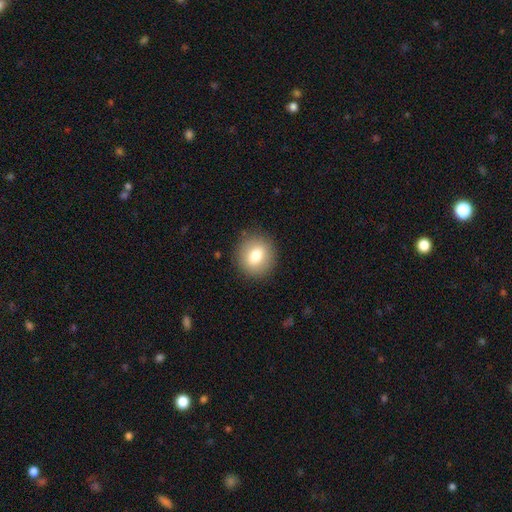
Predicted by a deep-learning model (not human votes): Morphology: type=smooth (77%); roundness=round (81%); merging=none (88%).